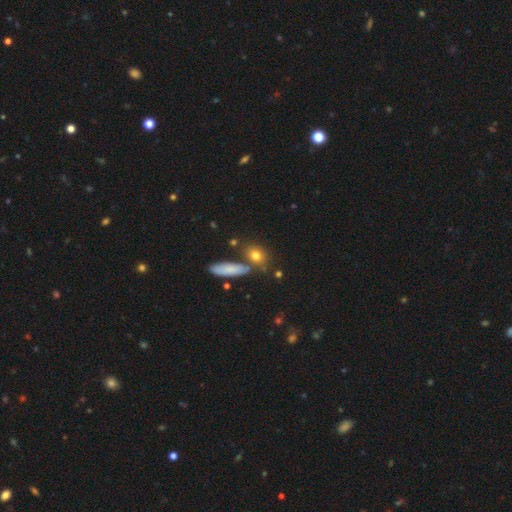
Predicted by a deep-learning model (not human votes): smooth 78%, featured or disk 11%, star or artifact 10%. Down the decision tree: how rounded — in between (53%); merging — none (70%).